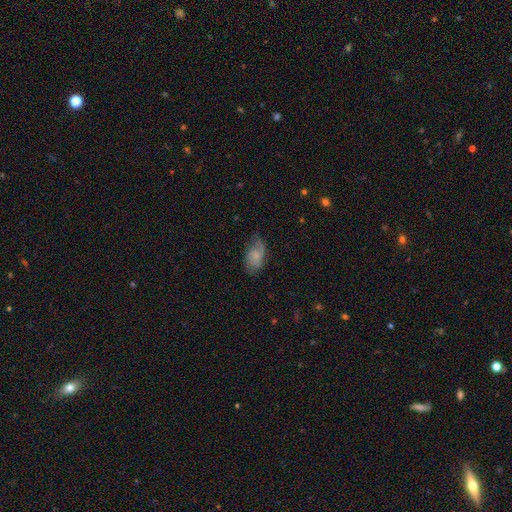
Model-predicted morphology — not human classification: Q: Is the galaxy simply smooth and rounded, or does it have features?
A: smooth — 60%.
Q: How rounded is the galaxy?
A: in between — 91%.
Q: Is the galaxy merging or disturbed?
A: none — 59%.